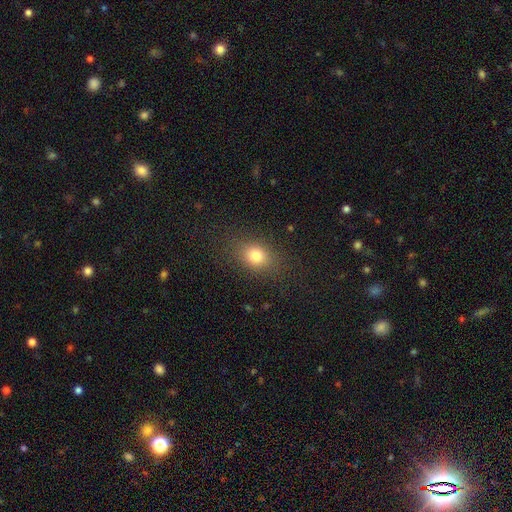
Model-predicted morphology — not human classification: Smooth or featured? Predicted: smooth (p=0.79). How rounded? Predicted: in between (p=0.57). Merging? Predicted: none (p=0.83).